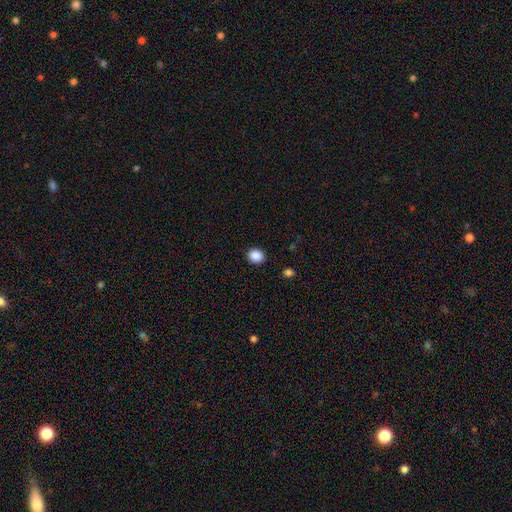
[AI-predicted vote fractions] Smooth or featured? smooth (88%)
How rounded? round (74%)
Merging? none (90%)